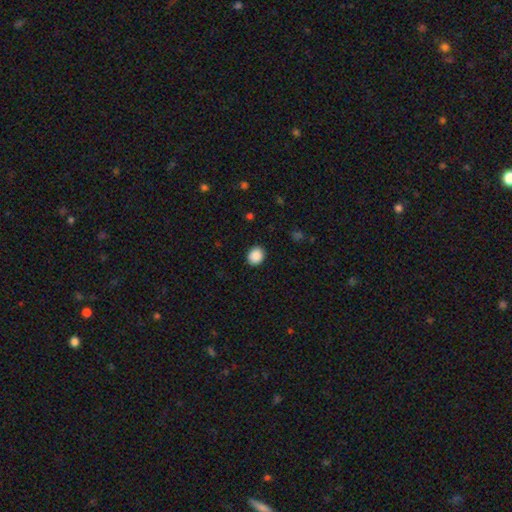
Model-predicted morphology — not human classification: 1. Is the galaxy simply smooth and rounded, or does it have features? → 89% smooth, 8% star or artifact, 2% featured or disk.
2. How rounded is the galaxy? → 64% round, 35% in between, 1% cigar-shaped.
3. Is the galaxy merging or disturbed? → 90% none, 7% minor disturbance, 2% major disturbance, 1% merger.